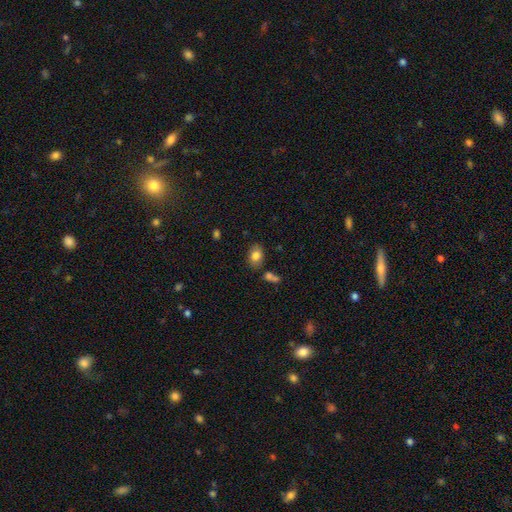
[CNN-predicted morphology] smooth 81%, featured or disk 10%, star or artifact 9%. Down the decision tree: how rounded — in between (78%); merging — none (77%).